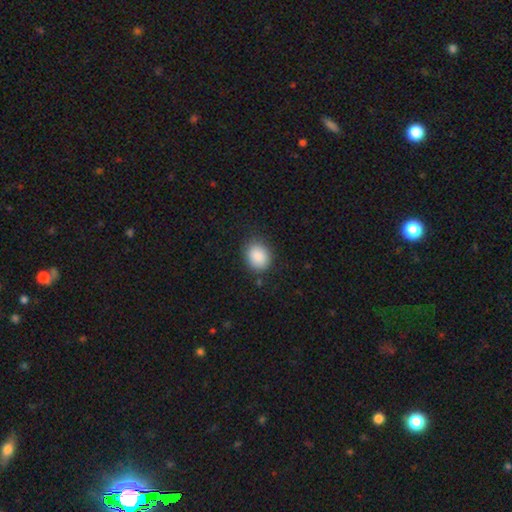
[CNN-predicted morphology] smooth 88%, star or artifact 8%, featured or disk 4%. Down the decision tree: how rounded — round (54%); merging — none (84%).